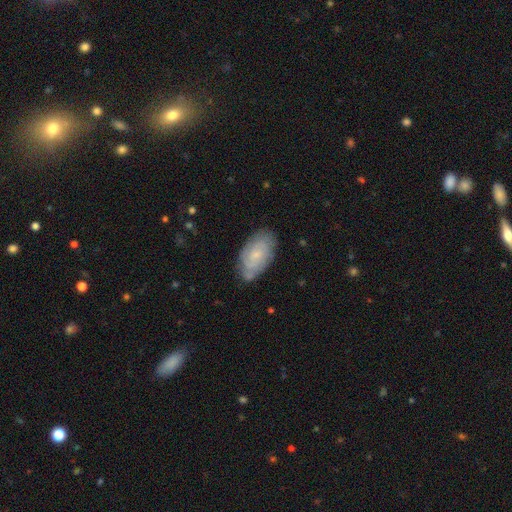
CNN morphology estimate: Overall: featured or disk (64%; smooth 29%). Edge-on disk: no (95%). Bar: no (67%; weak 28%). Spiral arms: yes (88%). Spiral arm count: can't tell (42%; 2 33%). Spiral winding: tight (65%; medium 27%). Bulge size: small (73%). Merging: none (74%).